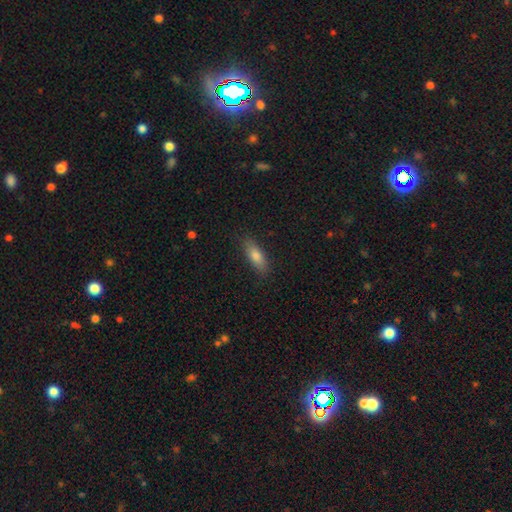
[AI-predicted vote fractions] This is likely a smooth galaxy (78%). How rounded: likely in between (61%). Merging: clearly none (85%).